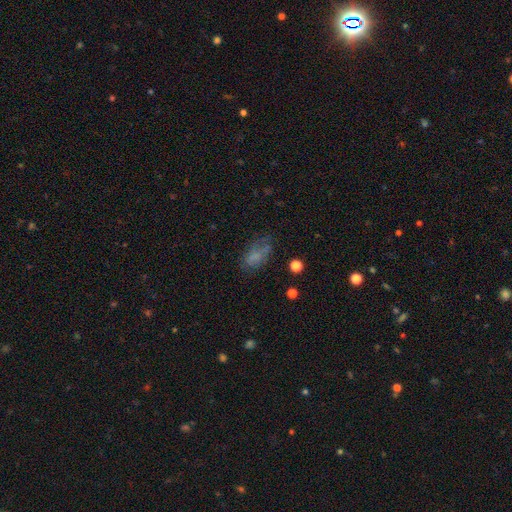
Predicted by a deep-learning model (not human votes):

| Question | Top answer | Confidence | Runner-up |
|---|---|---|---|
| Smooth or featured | smooth | 63% | featured or disk (22%) |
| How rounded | in between | 87% | round (7%) |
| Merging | none | 49% | minor disturbance (27%) |